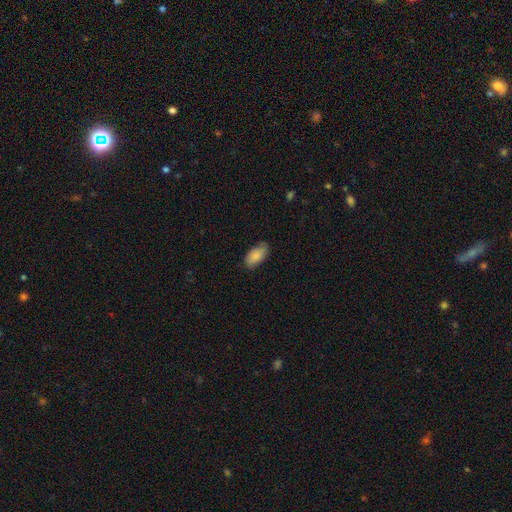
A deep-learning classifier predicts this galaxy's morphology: The model was most divided on "merging": none: 75%, minor disturbance: 21%, major disturbance: 3%, merger: 1%. More confident: how rounded — in between (93%); smooth or featured — smooth (85%).